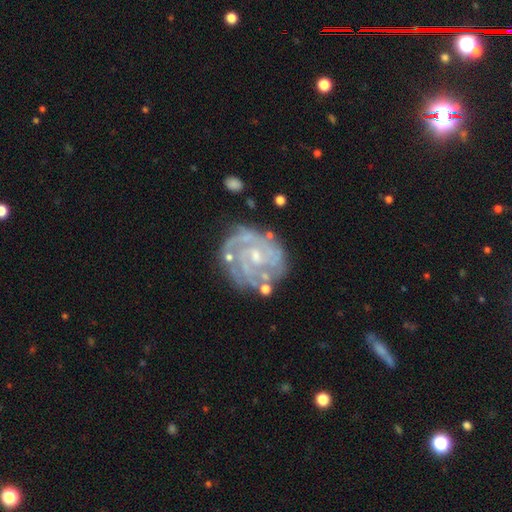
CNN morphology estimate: Q: Smooth or featured?
A: featured or disk (88%); runner-up: smooth (6%)
Q: Edge-on disk?
A: no (98%); runner-up: yes (2%)
Q: Bar?
A: no (58%); runner-up: weak (34%)
Q: Spiral arms?
A: yes (96%); runner-up: no (4%)
Q: Spiral winding?
A: tight (73%); runner-up: medium (23%)
Q: Spiral arm count?
A: 3 (28%); runner-up: can't tell (25%)
Q: Bulge size?
A: small (63%); runner-up: moderate (30%)
Q: Merging?
A: none (71%); runner-up: minor disturbance (18%)